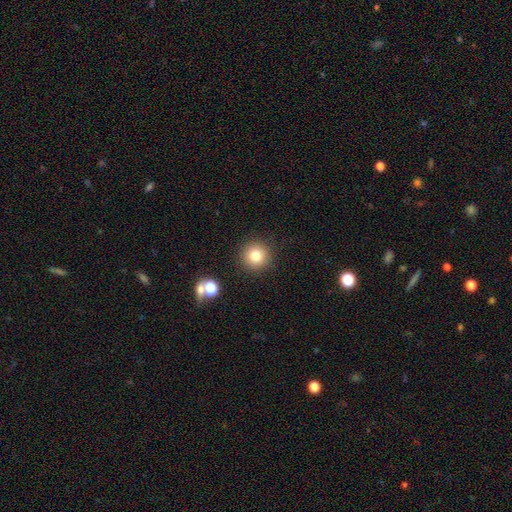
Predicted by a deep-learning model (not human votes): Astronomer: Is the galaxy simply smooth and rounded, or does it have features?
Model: smooth — 79%.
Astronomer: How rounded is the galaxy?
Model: round — 95%.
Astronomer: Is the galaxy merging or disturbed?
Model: none — 89%.